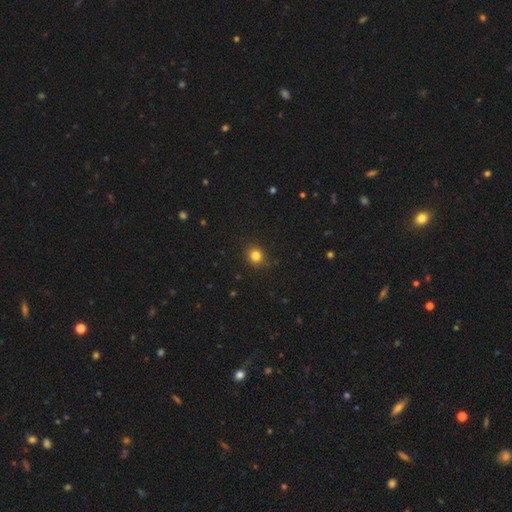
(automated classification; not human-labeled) This is clearly a smooth galaxy (82%). How rounded: clearly round (83%). Merging: clearly none (90%).